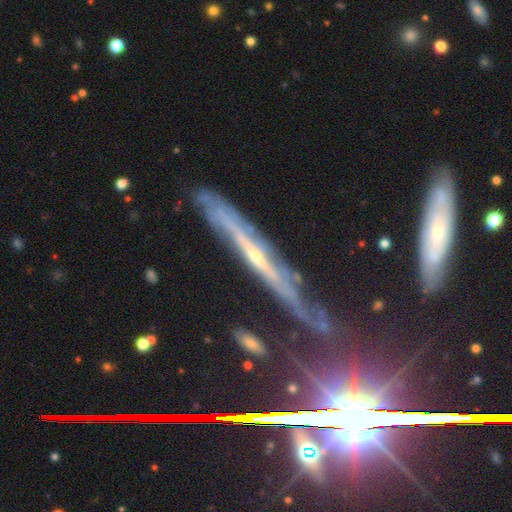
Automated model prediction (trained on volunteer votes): Smooth or featured?
  - featured or disk: 81% *
  - smooth: 12%
  - star or artifact: 7%
Edge-on disk?
  - yes: 75% *
  - no: 25%
Edge-on bulge?
  - none: 50% *
  - rounded: 44%
  - boxy: 6%
Merging?
  - none: 49% *
  - minor disturbance: 27%
  - major disturbance: 16%
  - merger: 8%